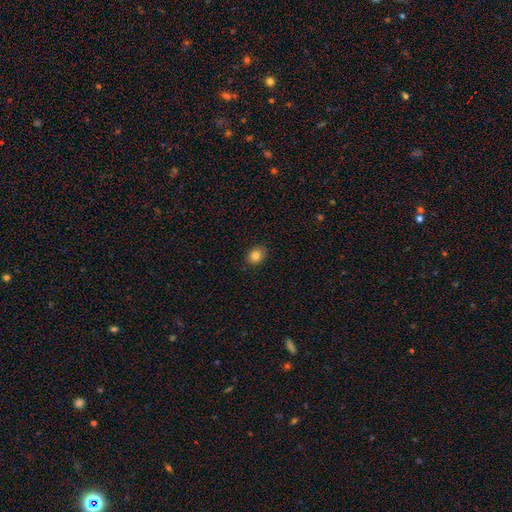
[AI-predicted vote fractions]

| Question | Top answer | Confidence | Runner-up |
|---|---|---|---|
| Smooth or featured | smooth | 83% | star or artifact (10%) |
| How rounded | round | 52% | in between (47%) |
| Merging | none | 87% | minor disturbance (10%) |